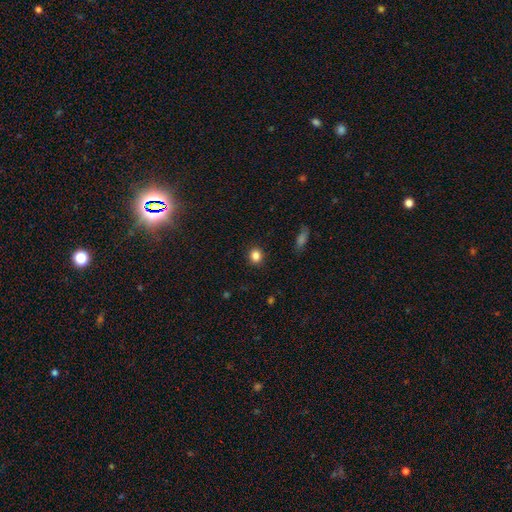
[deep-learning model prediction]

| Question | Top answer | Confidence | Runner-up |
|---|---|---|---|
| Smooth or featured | smooth | 85% | star or artifact (11%) |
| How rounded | round | 79% | in between (20%) |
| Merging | none | 91% | minor disturbance (6%) |